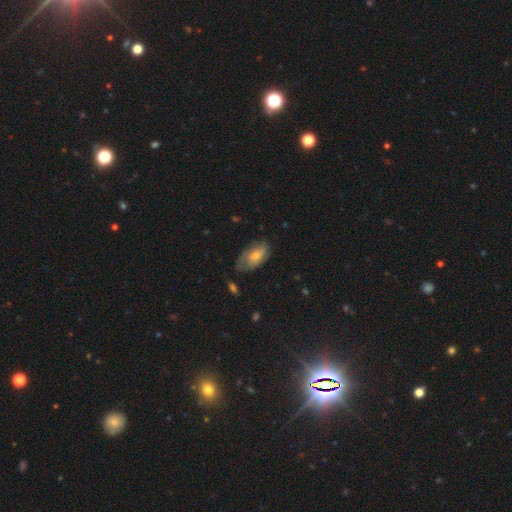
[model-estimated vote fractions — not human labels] Smooth or featured? smooth (63%)
How rounded? in between (92%)
Merging? none (56%)